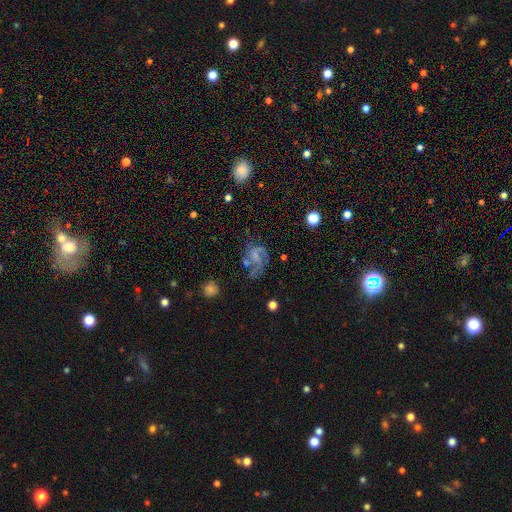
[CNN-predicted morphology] A featured or disk galaxy (66%) with no bar (54%), 2 (34%) medium (44%) spiral arms (80%) and no central bulge (39%). Merging: none (38%).